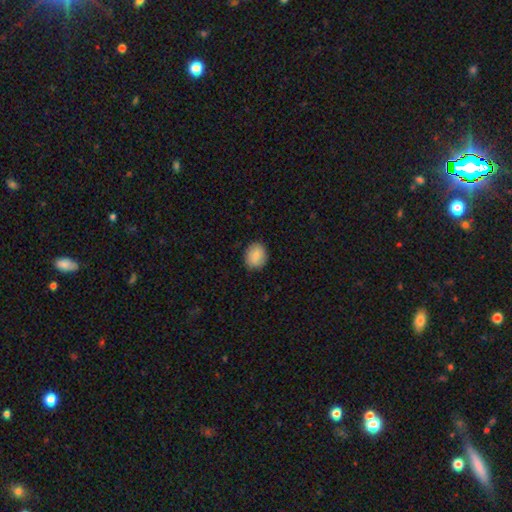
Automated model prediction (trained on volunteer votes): Smooth or featured?
  - smooth: 84% *
  - featured or disk: 9%
  - star or artifact: 7%
How rounded?
  - round: 57% *
  - in between: 42%
  - cigar-shaped: 1%
Merging?
  - none: 85% *
  - minor disturbance: 11%
  - major disturbance: 2%
  - merger: 1%